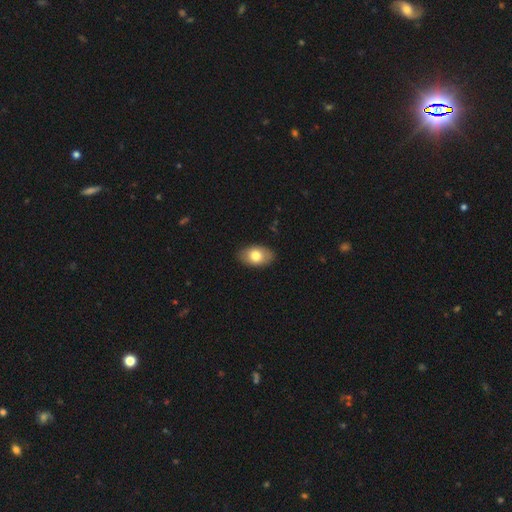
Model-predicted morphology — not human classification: Overall: smooth (77%). How rounded: in between (91%). Merging: none (87%).